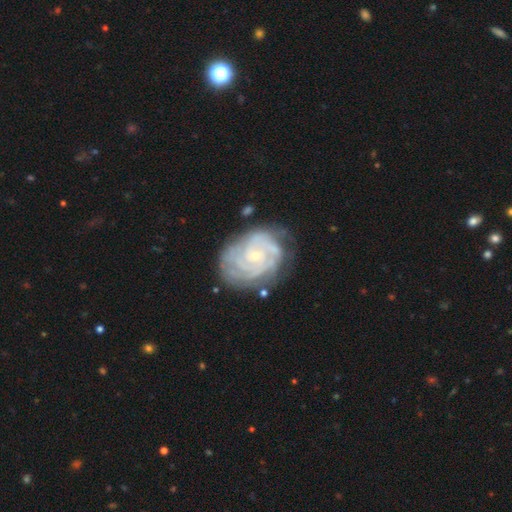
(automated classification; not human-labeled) Smooth or featured? featured or disk (85%)
Edge-on disk? no (98%)
Bar? no (74%)
Spiral arms? yes (95%)
Spiral winding? tight (75%)
Spiral arm count? can't tell (32%)
Bulge size? small (78%)
Merging? none (69%)